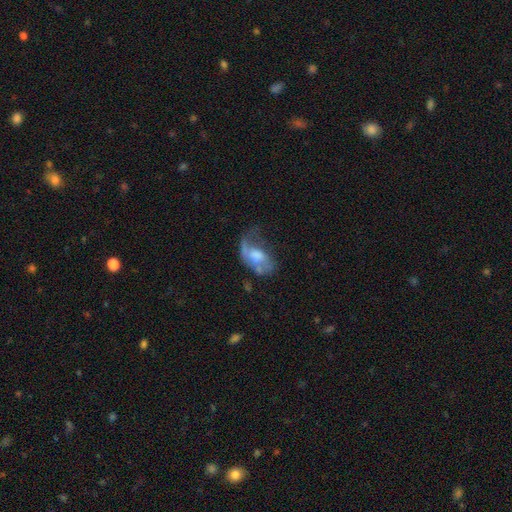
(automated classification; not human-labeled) Morphology: type=featured or disk (54%); edge-on=no (96%); bar=no (73%); spiral arms=yes (55%); bulge=moderate (36%); merging=major disturbance (45%).